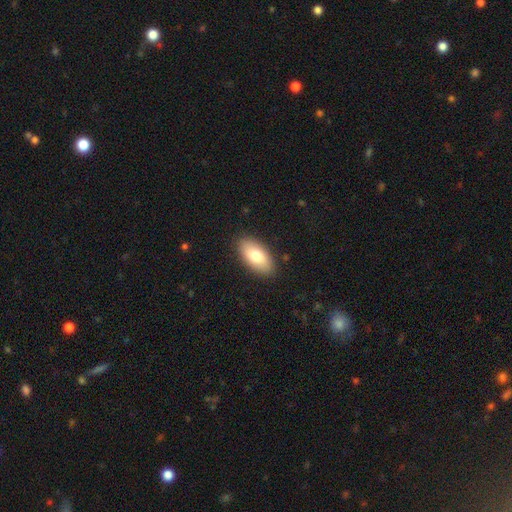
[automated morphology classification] This is likely a smooth galaxy (77%). How rounded: clearly in between (93%). Merging: clearly none (88%).